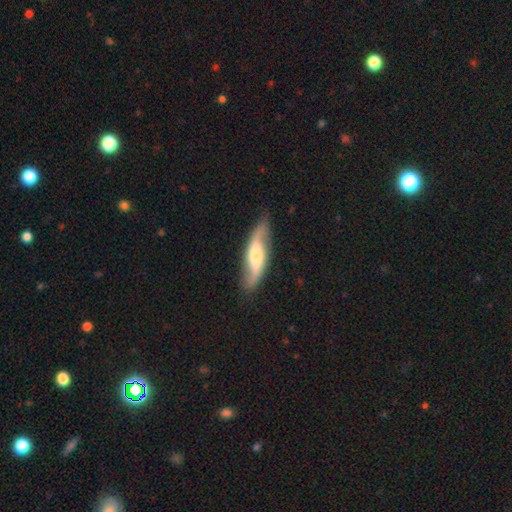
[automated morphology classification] type=featured or disk (70%); edge-on=no (79%); bar=no (42%); spiral arms=yes (93%); winding=loose (71%); arm count=2 (91%); bulge=moderate (45%); merging=none (79%).